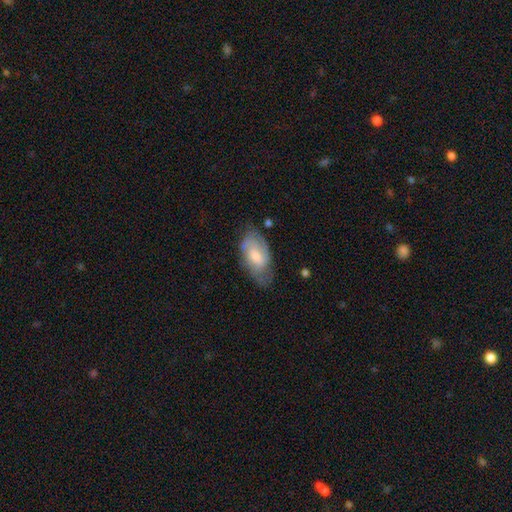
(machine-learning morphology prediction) smooth-or-featured: featured or disk: 54% | smooth: 39% | star or artifact: 6%
  disk-edge-on: no: 94% | yes: 6%
    bar: no: 47% | weak: 44% | strong: 9%
    has-spiral-arms: yes: 82% | no: 18%
    bulge-size: moderate: 44% | small: 43% | large: 6% | none: 6% | dominant: 1%
  merging: none: 62% | minor disturbance: 27% | major disturbance: 9% | merger: 2%